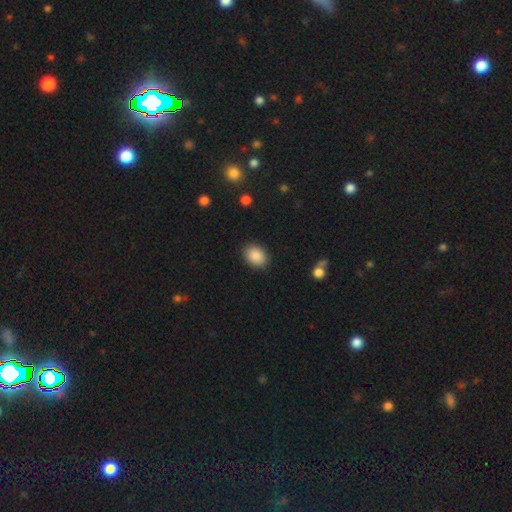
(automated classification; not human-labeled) This appears to be a smooth galaxy with no disk features (88%) that is in between round and cigar-shaped (68%). Merging: none (89%).